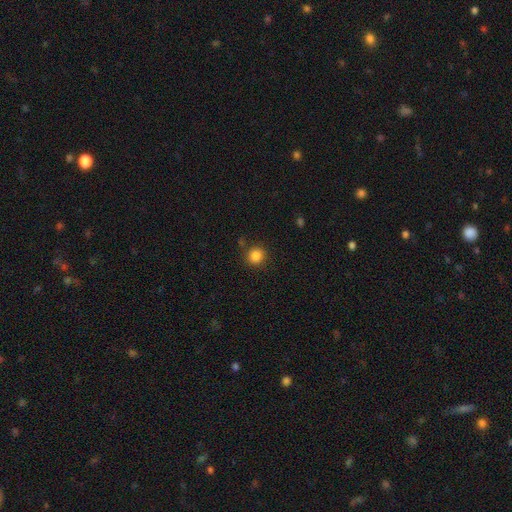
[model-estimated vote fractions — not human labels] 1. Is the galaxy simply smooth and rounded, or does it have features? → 85% smooth, 11% star or artifact, 4% featured or disk.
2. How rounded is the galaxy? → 91% round, 8% in between, 1% cigar-shaped.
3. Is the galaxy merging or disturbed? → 85% none, 9% minor disturbance, 3% merger, 3% major disturbance.